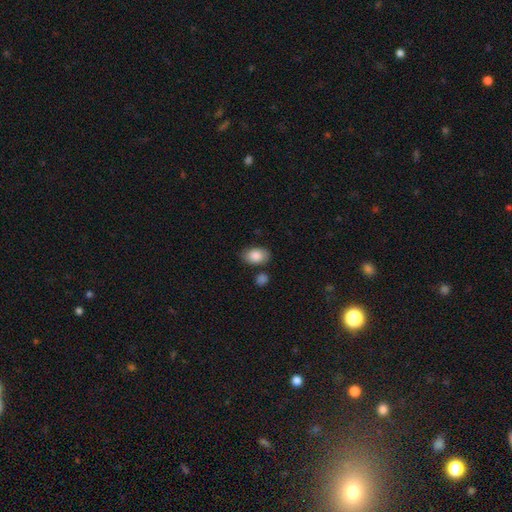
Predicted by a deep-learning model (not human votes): A smooth galaxy with no disk features (86%) that is in between round and cigar-shaped (86%).

Vote fractions:
- Smooth or featured? smooth: 86% / featured or disk: 7% / star or artifact: 7%
- How rounded? in between: 86% / round: 13% / cigar-shaped: 1%
- Merging? none: 76% / minor disturbance: 15% / merger: 6% / major disturbance: 4%